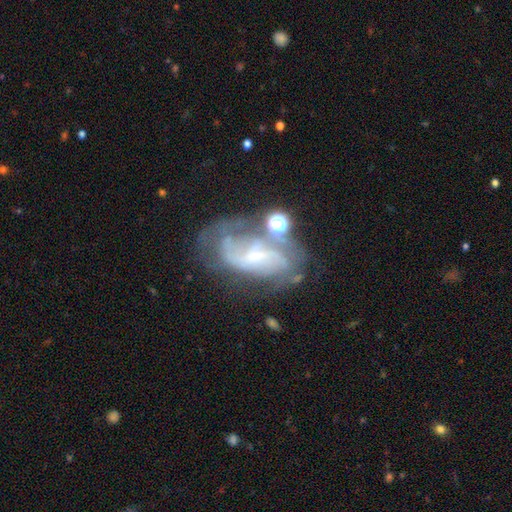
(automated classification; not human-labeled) This appears to be a featured or disk galaxy (76%) with a weak bar (44%), 2 (51%) medium (42%) spiral arms (84%) and a small central bulge (62%). Merging: none (42%).